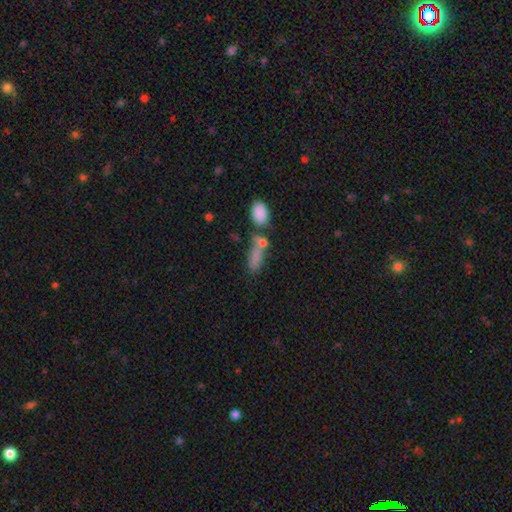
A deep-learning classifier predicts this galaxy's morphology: This is likely a smooth galaxy (75%). How rounded: likely in between (64%). Merging: marginally none (40%).